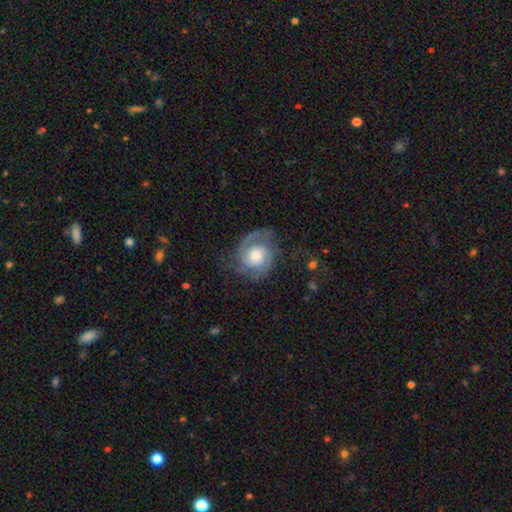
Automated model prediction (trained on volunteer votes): The model was most divided on "spiral winding": tight: 48%, medium: 40%, loose: 12%. More confident: edge-on disk — no (98%); spiral arms — yes (96%); smooth or featured — featured or disk (82%); spiral arm count — 2 (74%); bar — no (71%); merging — none (70%); bulge size — moderate (60%).